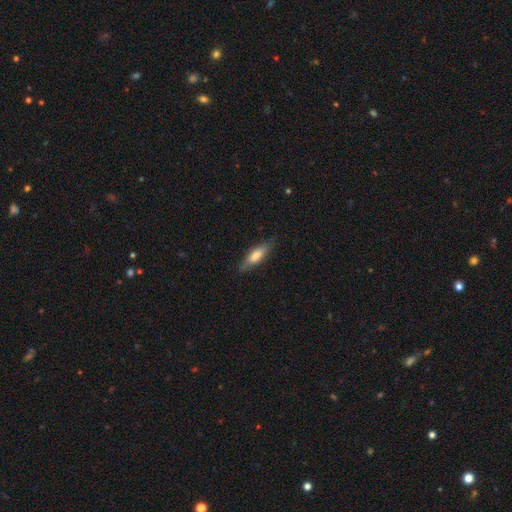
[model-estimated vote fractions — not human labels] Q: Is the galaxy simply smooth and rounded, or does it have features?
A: smooth — 67%.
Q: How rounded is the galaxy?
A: cigar-shaped — 52%.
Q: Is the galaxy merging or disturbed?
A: none — 81%.